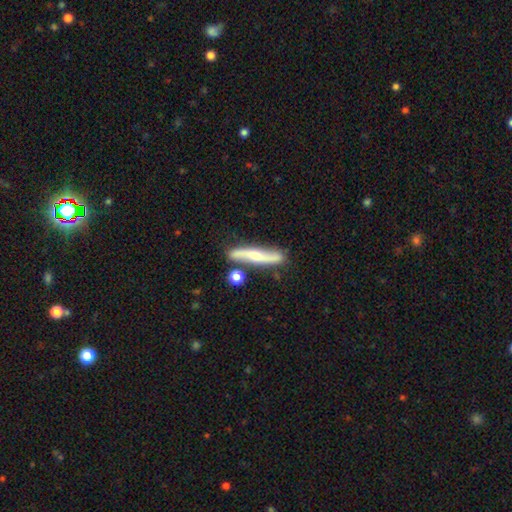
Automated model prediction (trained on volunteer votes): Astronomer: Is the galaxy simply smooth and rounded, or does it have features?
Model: featured or disk — 57% (runner-up: smooth, 37%).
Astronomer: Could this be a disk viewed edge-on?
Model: yes — 56% (runner-up: no, 44%).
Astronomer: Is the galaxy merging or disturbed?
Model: none — 73%.